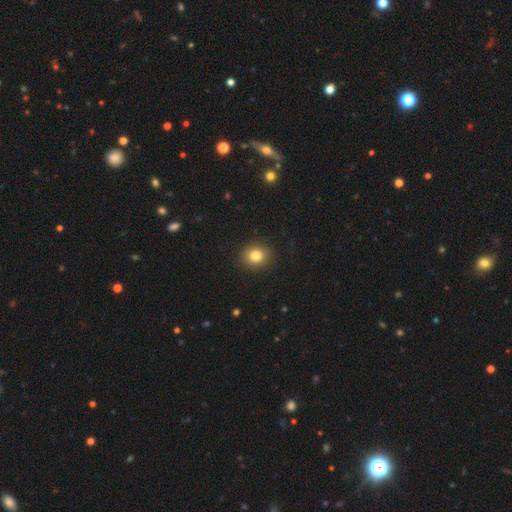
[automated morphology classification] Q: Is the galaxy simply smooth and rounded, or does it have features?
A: smooth — 82%.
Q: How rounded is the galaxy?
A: round — 75%.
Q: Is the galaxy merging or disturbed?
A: none — 90%.